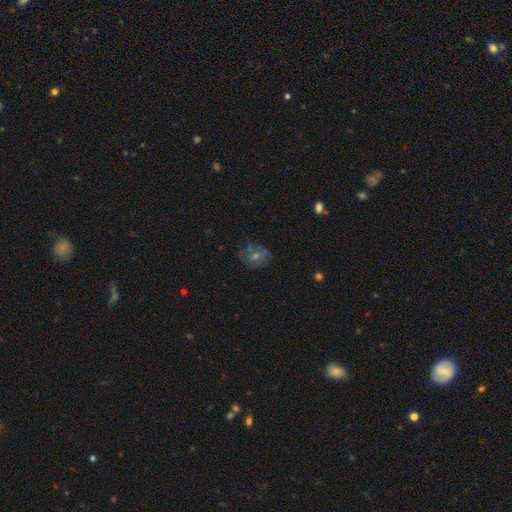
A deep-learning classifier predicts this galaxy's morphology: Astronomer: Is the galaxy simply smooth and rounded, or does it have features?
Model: smooth — 41% (runner-up: featured or disk, 38%).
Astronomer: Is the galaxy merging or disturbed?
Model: none — 74%.